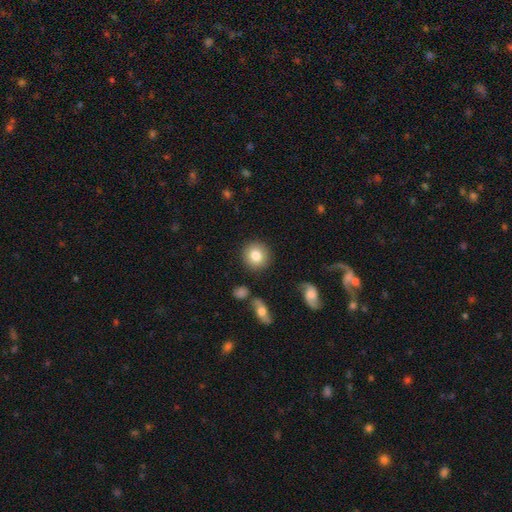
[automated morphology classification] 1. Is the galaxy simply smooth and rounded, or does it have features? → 82% smooth, 10% featured or disk, 8% star or artifact.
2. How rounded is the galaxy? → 91% round, 8% in between, 1% cigar-shaped.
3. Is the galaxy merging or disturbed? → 88% none, 7% minor disturbance, 2% merger, 2% major disturbance.